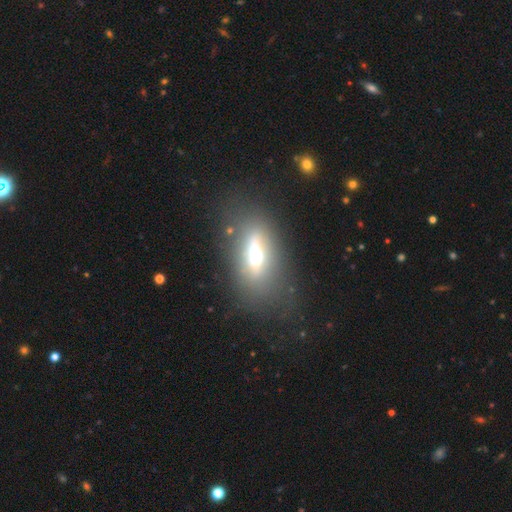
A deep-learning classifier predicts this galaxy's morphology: This is possibly a featured or disk galaxy (49%). Merging: likely none (65%).